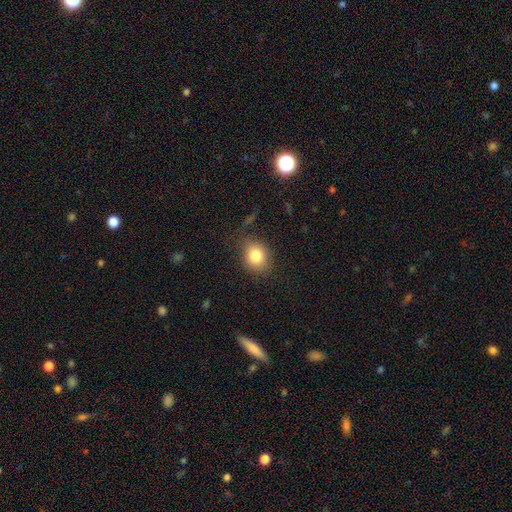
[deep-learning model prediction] A smooth galaxy with no disk features (81%) that is round (56%). Merging: none (77%).